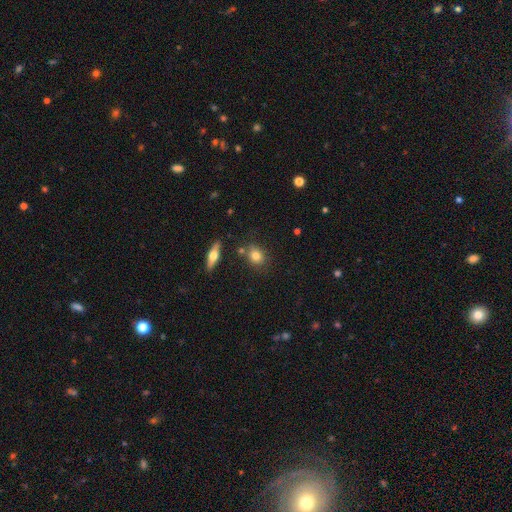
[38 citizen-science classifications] This appears to be a smooth galaxy with no disk features (71%) that is round (59%). Merging: none (68%).